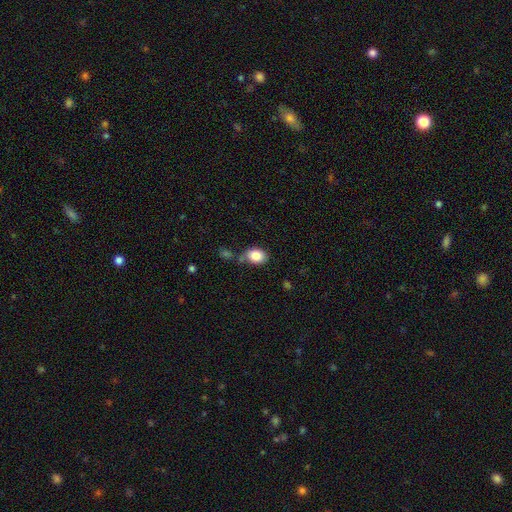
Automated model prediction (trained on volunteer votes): Overall: smooth (86%). How rounded: in between (72%). Merging: none (64%).